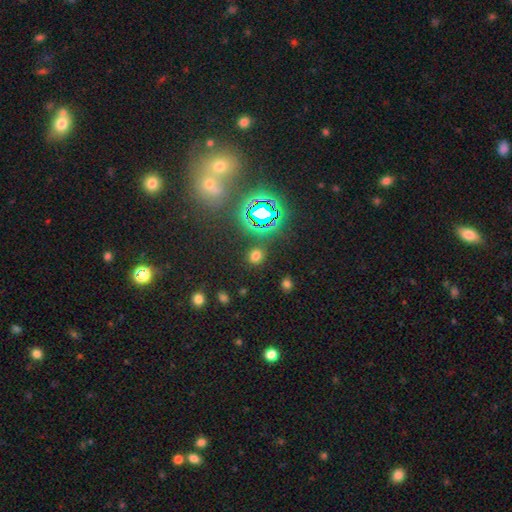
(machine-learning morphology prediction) Overall: smooth (61%; star or artifact 33%). How rounded: round (80%). Merging: none (87%).